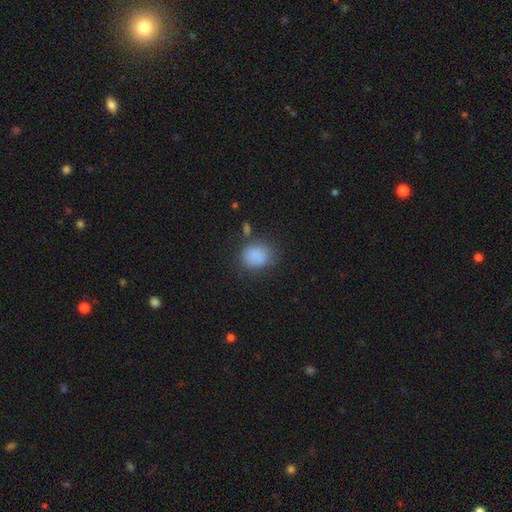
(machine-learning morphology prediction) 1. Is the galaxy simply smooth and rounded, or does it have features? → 85% smooth, 9% star or artifact, 6% featured or disk.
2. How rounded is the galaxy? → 66% round, 33% in between, 1% cigar-shaped.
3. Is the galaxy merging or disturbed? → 70% none, 18% minor disturbance, 7% major disturbance, 5% merger.